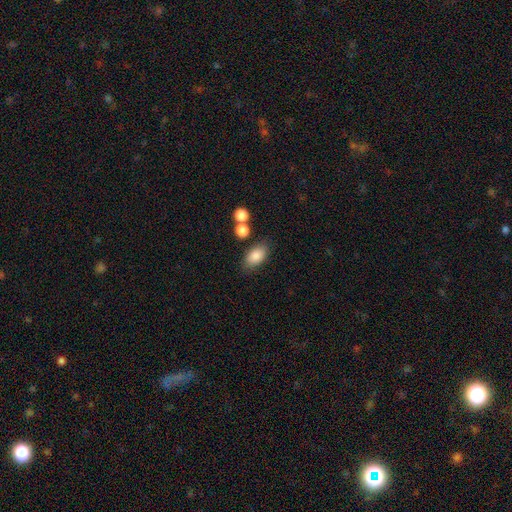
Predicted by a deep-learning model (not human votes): Smooth or featured? Predicted: smooth (p=0.85). How rounded? Predicted: in between (p=0.90). Merging? Predicted: none (p=0.77).